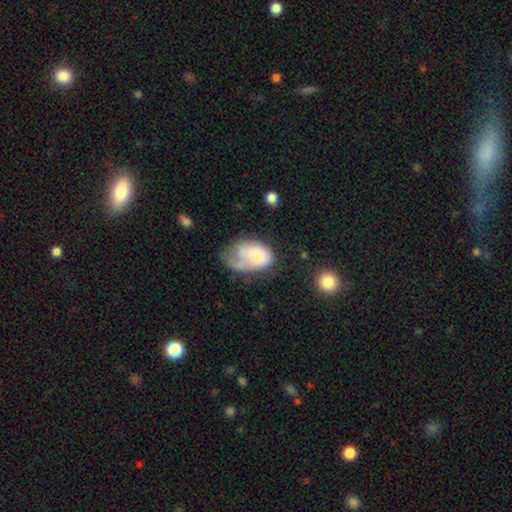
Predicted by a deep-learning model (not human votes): Smooth or featured?
  - smooth: 54% *
  - featured or disk: 39%
  - star or artifact: 7%
How rounded?
  - in between: 84% *
  - round: 15%
  - cigar-shaped: 1%
Merging?
  - major disturbance: 45% *
  - minor disturbance: 23%
  - none: 21%
  - merger: 11%